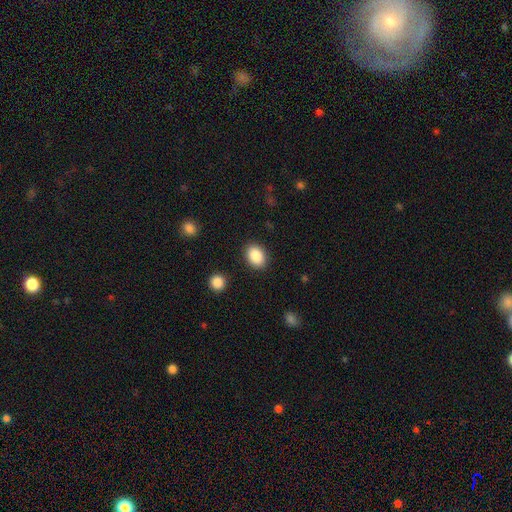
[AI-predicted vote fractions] A smooth galaxy with no disk features (88%) that is in between round and cigar-shaped (72%). Merging: none (88%).